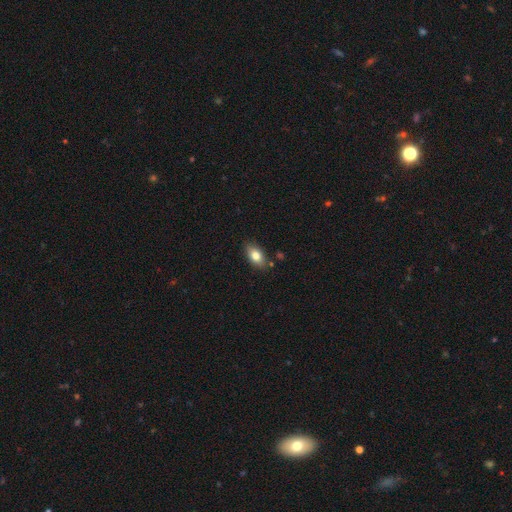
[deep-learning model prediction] Smooth or featured? smooth (79%)
How rounded? in between (88%)
Merging? none (82%)